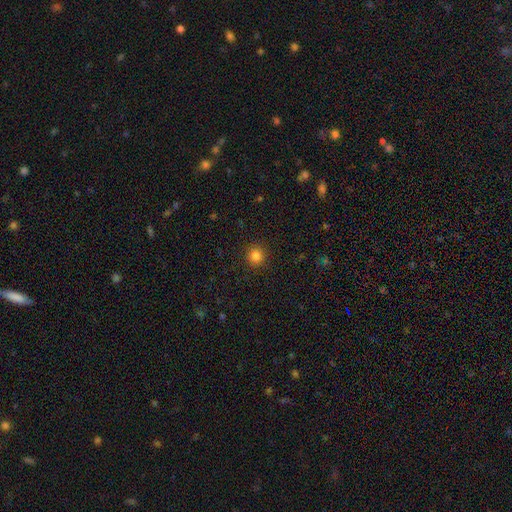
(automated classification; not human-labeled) This is clearly a smooth galaxy (84%). How rounded: clearly round (91%). Merging: clearly none (91%).